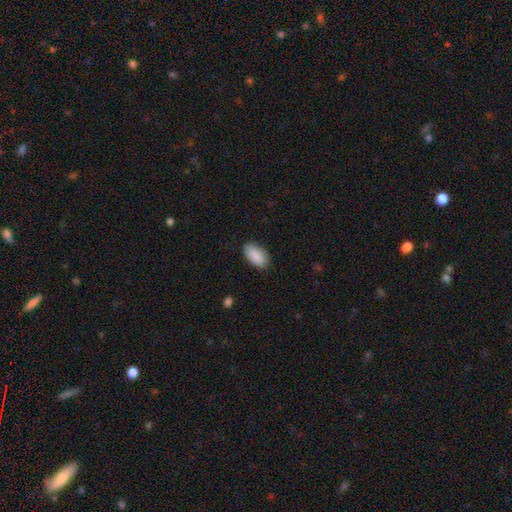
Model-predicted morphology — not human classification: This is clearly a smooth galaxy (90%). How rounded: clearly in between (94%). Merging: clearly none (85%).